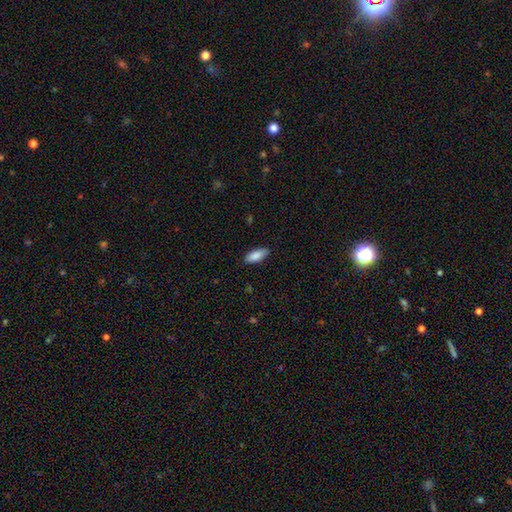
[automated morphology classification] This is clearly a smooth galaxy (88%). How rounded: likely in between (78%). Merging: clearly none (87%).